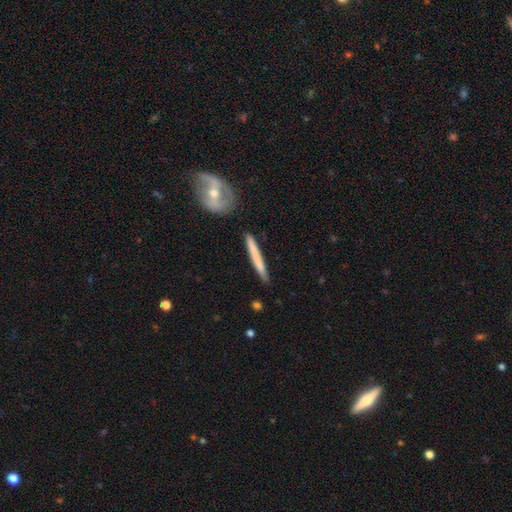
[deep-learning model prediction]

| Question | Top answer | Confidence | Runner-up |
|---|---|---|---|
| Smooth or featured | smooth | 57% | featured or disk (38%) |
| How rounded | cigar-shaped | 96% | in between (2%) |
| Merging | none | 89% | minor disturbance (7%) |